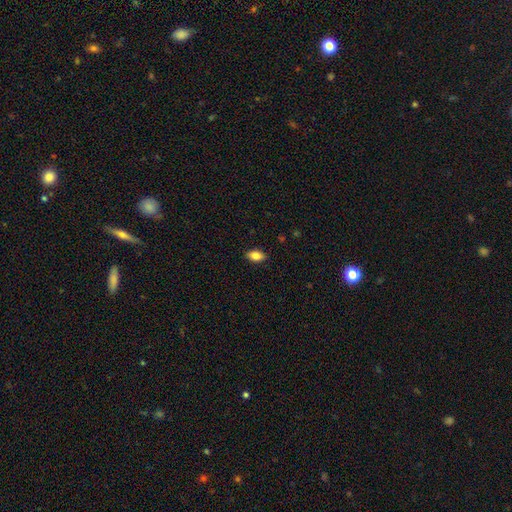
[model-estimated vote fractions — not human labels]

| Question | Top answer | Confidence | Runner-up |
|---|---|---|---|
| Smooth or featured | smooth | 83% | featured or disk (9%) |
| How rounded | in between | 89% | round (8%) |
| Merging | none | 87% | minor disturbance (10%) |